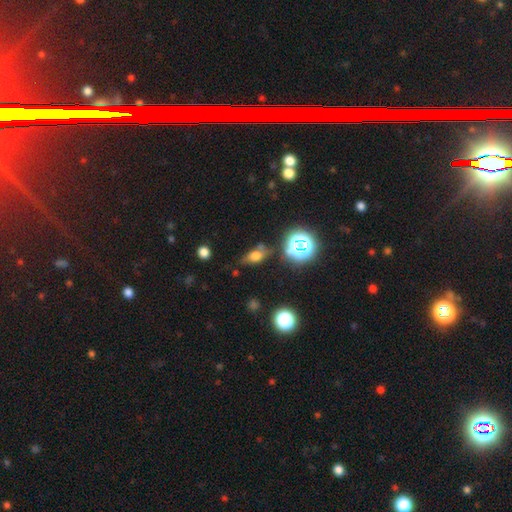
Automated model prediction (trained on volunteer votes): smooth_or_featured: smooth (p=0.60) [alt: star or artifact p=0.22]
how_rounded: in between (p=0.73) [alt: round p=0.17]
merging: none (p=0.64) [alt: minor disturbance p=0.19]